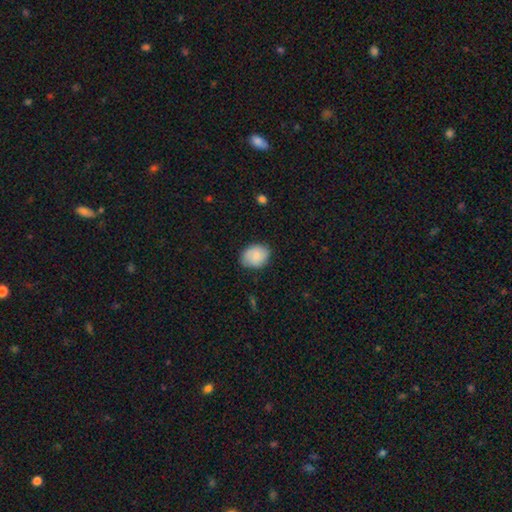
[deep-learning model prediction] This is likely a smooth galaxy (80%). How rounded: possibly in between (59%). Merging: likely none (77%).